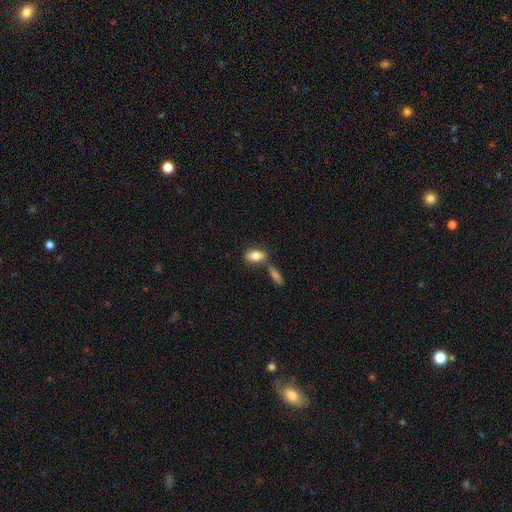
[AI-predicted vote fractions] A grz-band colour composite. It shows a smooth galaxy with no disk features (80%) that is in between round and cigar-shaped (86%). Merging: none (54%).